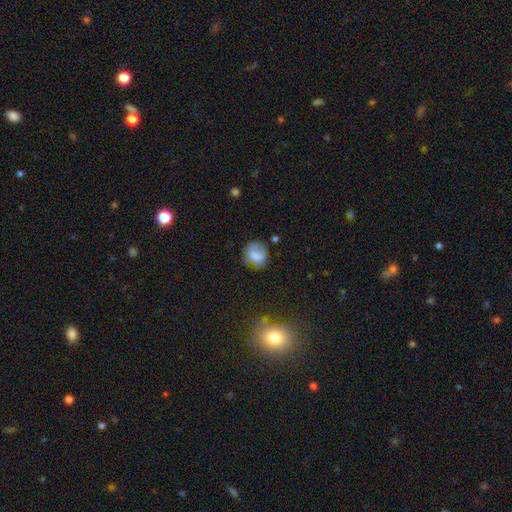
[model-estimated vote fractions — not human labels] Q: Smooth or featured?
A: smooth (69%); runner-up: featured or disk (20%)
Q: How rounded?
A: round (67%); runner-up: in between (31%)
Q: Merging?
A: none (58%); runner-up: minor disturbance (27%)